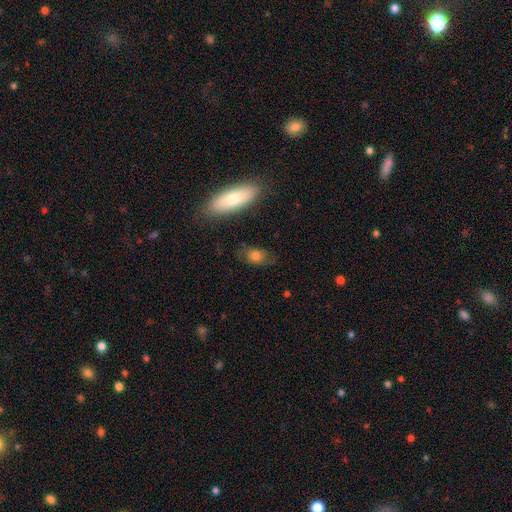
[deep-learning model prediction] Smooth or featured? smooth (74%)
How rounded? in between (75%)
Merging? none (72%)